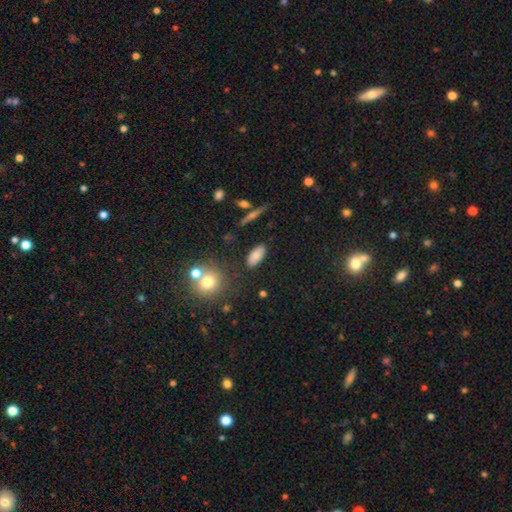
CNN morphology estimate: Smooth or featured?
  - smooth: 82% *
  - star or artifact: 10%
  - featured or disk: 9%
How rounded?
  - in between: 89% *
  - cigar-shaped: 7%
  - round: 4%
Merging?
  - none: 83% *
  - minor disturbance: 10%
  - merger: 3%
  - major disturbance: 3%